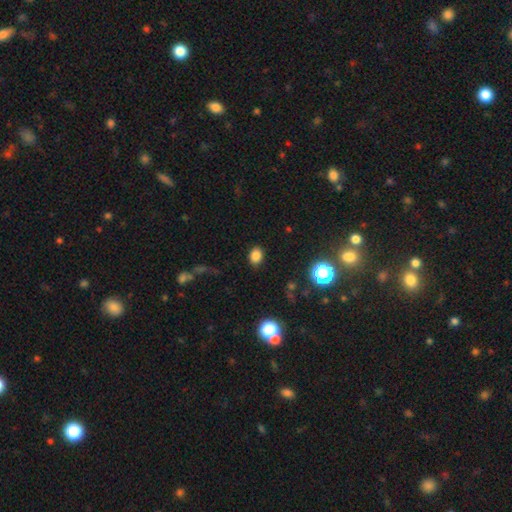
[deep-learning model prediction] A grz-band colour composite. It shows a smooth galaxy with no disk features (82%) that is in between round and cigar-shaped (60%). Merging: none (87%).